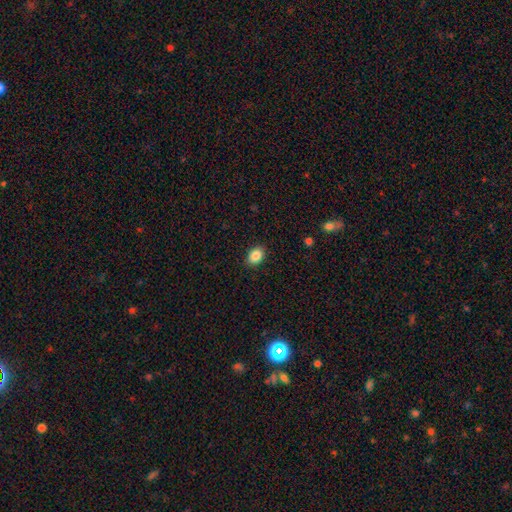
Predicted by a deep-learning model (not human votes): Q: Smooth or featured?
A: smooth (87%); runner-up: star or artifact (9%)
Q: How rounded?
A: in between (74%); runner-up: round (25%)
Q: Merging?
A: none (89%); runner-up: minor disturbance (8%)